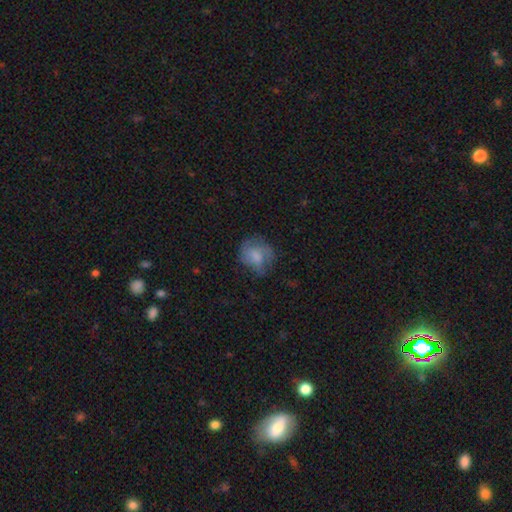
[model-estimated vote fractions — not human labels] This appears to be a smooth galaxy with no disk features (60%) that is round (64%). Merging: none (55%).